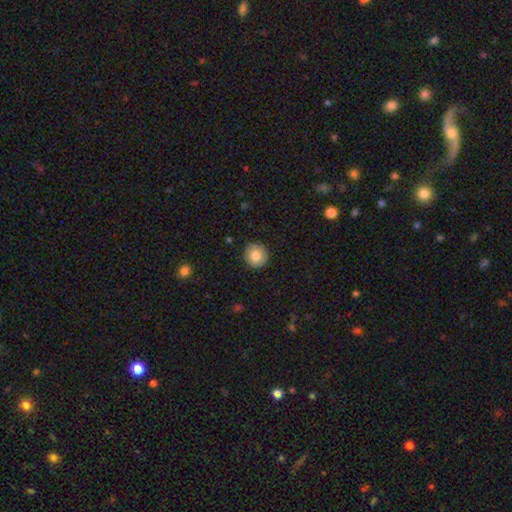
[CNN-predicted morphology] Smooth or featured? Predicted: smooth (p=0.81). How rounded? Predicted: round (p=0.92). Merging? Predicted: none (p=0.91).